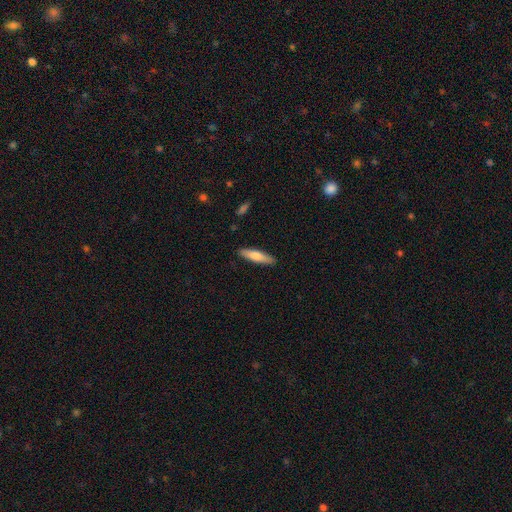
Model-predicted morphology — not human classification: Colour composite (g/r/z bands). It shows a smooth galaxy with no disk features (72%) that is cigar-shaped (75%). Merging: none (89%).